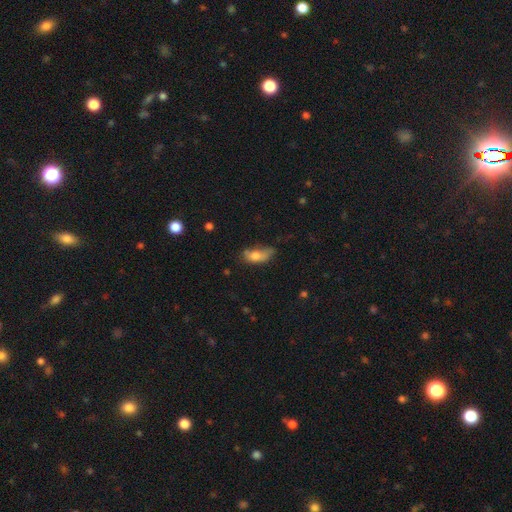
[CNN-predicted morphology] A smooth galaxy with no disk features (71%) that is in between round and cigar-shaped (81%).

Vote fractions:
- Smooth or featured? smooth: 71% / featured or disk: 19% / star or artifact: 10%
- How rounded? in between: 81% / cigar-shaped: 14% / round: 5%
- Merging? minor disturbance: 35% / none: 34% / major disturbance: 24% / merger: 7%